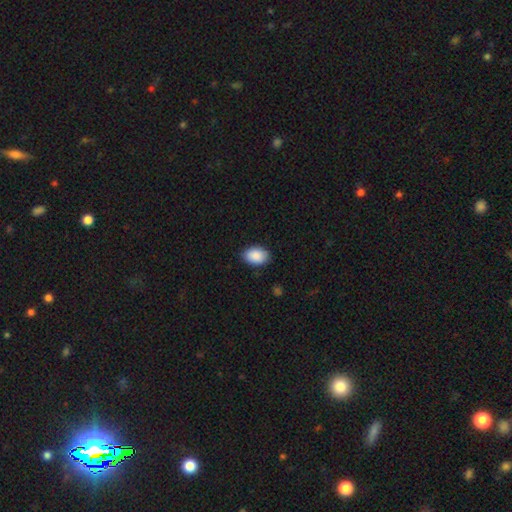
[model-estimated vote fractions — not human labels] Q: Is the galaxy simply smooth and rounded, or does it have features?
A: smooth — 89%.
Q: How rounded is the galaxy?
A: in between — 85%.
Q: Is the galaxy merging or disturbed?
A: none — 86%.